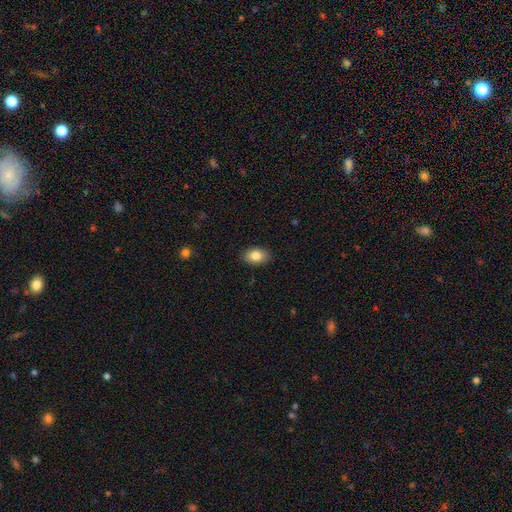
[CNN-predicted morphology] Smooth or featured?
  - smooth: 83% *
  - featured or disk: 9%
  - star or artifact: 7%
How rounded?
  - in between: 88% *
  - round: 11%
  - cigar-shaped: 1%
Merging?
  - none: 88% *
  - minor disturbance: 9%
  - major disturbance: 2%
  - merger: 1%